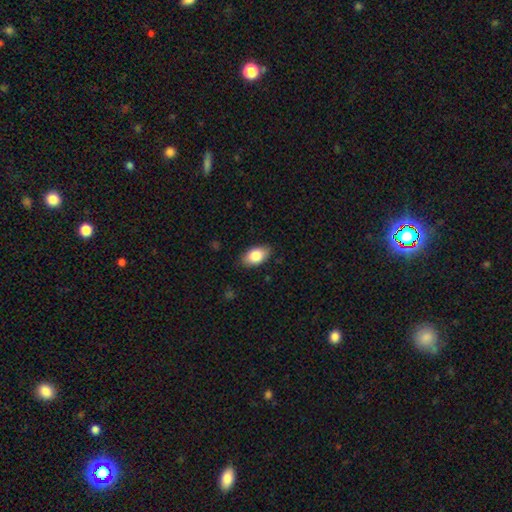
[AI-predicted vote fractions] smooth 84%, featured or disk 9%, star or artifact 7%. Down the decision tree: how rounded — in between (91%); merging — none (85%).